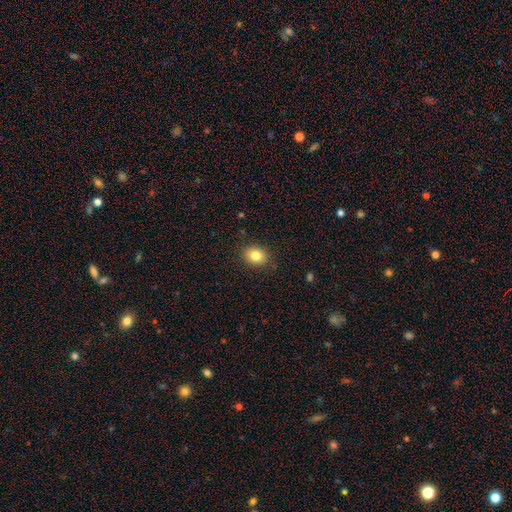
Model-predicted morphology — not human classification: Overall: smooth (83%). How rounded: in between (56%; round 43%). Merging: none (85%).